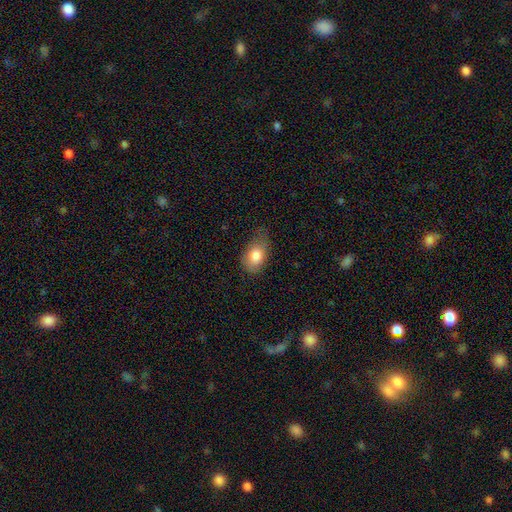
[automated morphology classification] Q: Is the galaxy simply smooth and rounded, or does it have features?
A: smooth — 82%.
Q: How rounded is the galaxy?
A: in between — 85%.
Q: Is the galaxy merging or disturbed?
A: none — 46%.